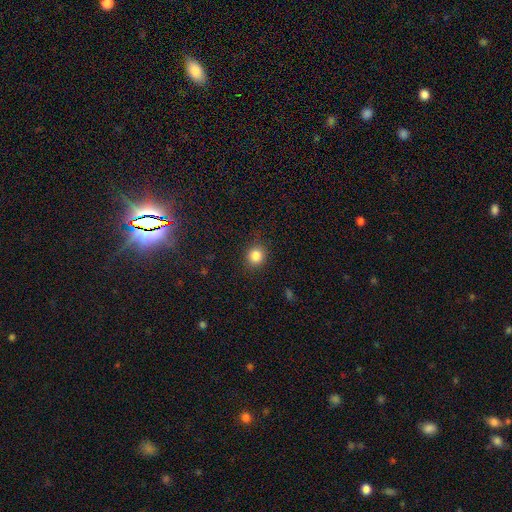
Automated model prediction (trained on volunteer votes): smooth-or-featured: smooth: 85% | star or artifact: 11% | featured or disk: 5%
  how-rounded: round: 81% | in between: 18% | cigar-shaped: 1%
  merging: none: 88% | minor disturbance: 8% | major disturbance: 3% | merger: 1%